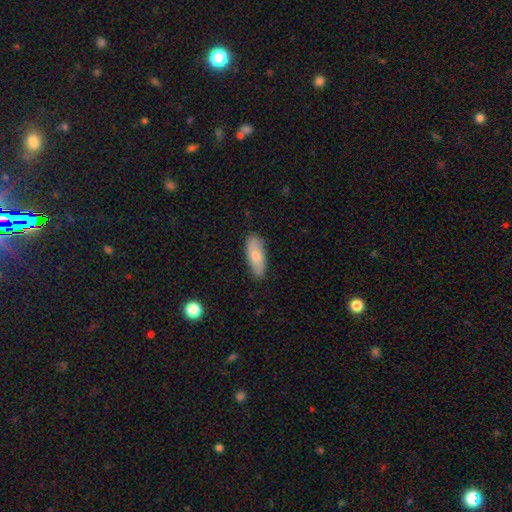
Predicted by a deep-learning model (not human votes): This is likely a smooth galaxy (70%). How rounded: likely in between (69%). Merging: clearly none (83%).